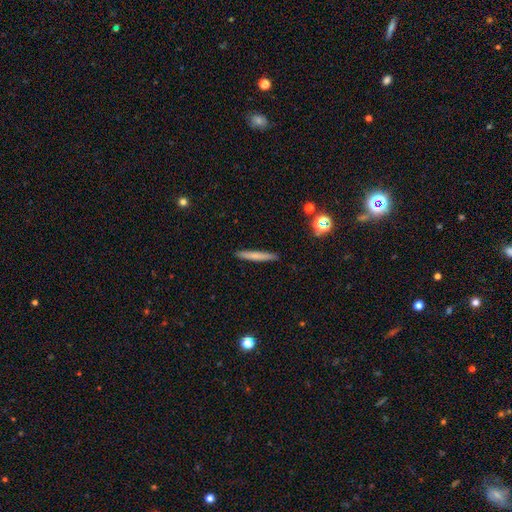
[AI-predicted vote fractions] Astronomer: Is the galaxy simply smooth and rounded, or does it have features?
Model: smooth — 70%.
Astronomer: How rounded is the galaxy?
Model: cigar-shaped — 95%.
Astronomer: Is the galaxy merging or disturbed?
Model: none — 91%.